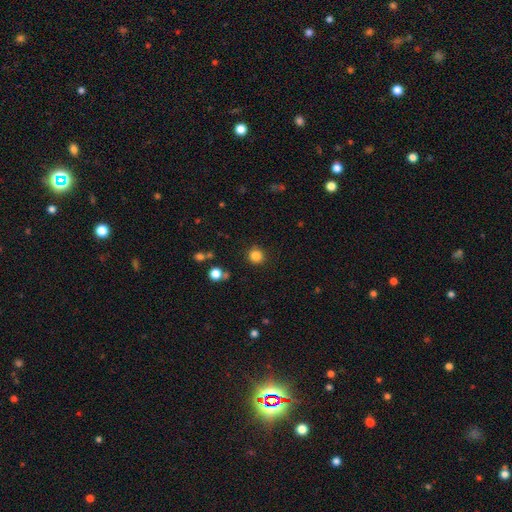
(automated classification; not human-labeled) Smooth or featured? Predicted: smooth (p=0.84). How rounded? Predicted: round (p=0.94). Merging? Predicted: none (p=0.90).